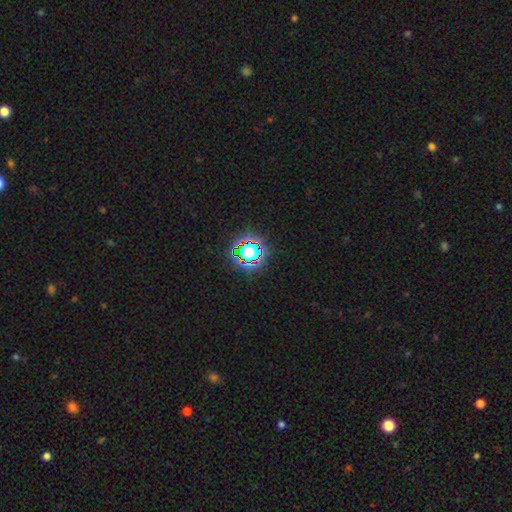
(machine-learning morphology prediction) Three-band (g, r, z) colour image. It shows a star or artifact, not a galaxy (63%).